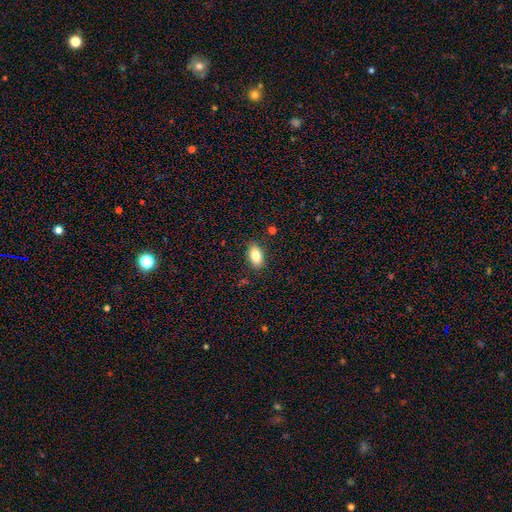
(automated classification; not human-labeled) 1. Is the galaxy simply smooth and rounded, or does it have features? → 81% smooth, 11% featured or disk, 8% star or artifact.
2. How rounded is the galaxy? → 91% in between, 7% round, 3% cigar-shaped.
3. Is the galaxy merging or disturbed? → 85% none, 11% minor disturbance, 2% major disturbance, 1% merger.